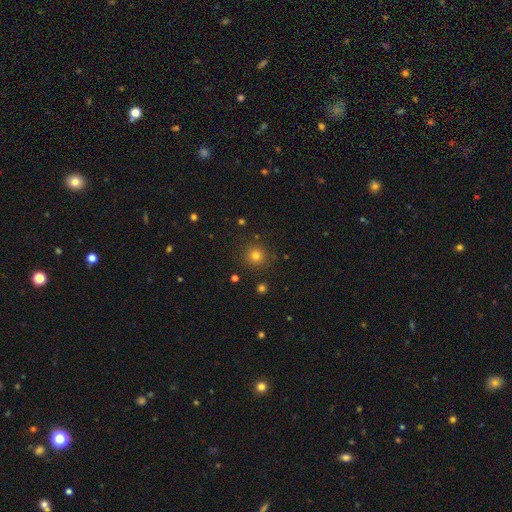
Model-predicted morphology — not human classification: type=smooth (79%); roundness=round (93%); merging=none (88%).